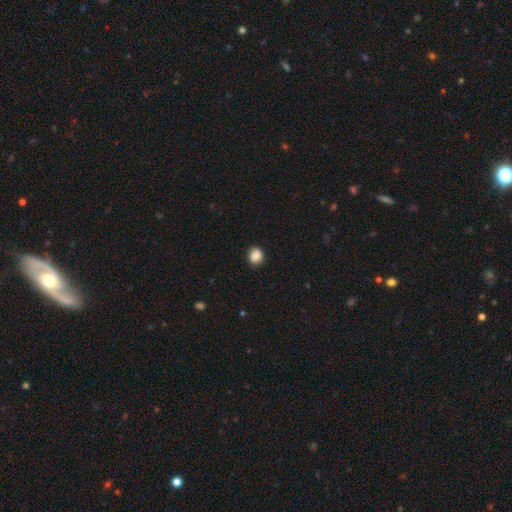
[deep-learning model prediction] The model was most divided on "how rounded": round: 71%, in between: 28%, cigar-shaped: 1%. More confident: smooth or featured — smooth (87%); merging — none (86%).